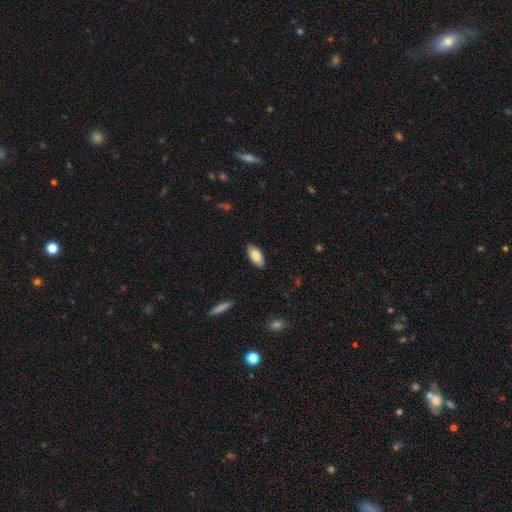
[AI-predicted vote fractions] Smooth or featured?
  - smooth: 86% *
  - featured or disk: 8%
  - star or artifact: 6%
How rounded?
  - in between: 92% *
  - cigar-shaped: 6%
  - round: 2%
Merging?
  - none: 85% *
  - minor disturbance: 11%
  - major disturbance: 2%
  - merger: 1%